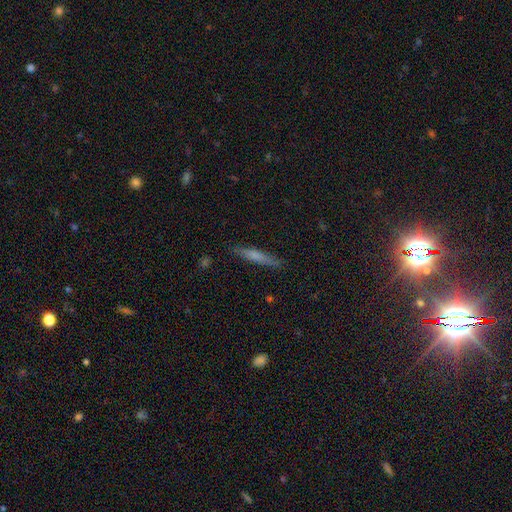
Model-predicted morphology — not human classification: Smooth or featured? smooth (64%)
How rounded? cigar-shaped (92%)
Merging? none (87%)